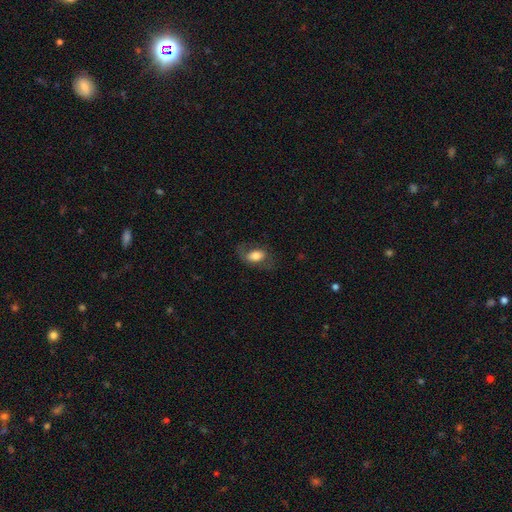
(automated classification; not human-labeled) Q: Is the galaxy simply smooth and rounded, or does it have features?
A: smooth — 66%.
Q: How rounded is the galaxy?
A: in between — 87%.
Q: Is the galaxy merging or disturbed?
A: none — 64%.